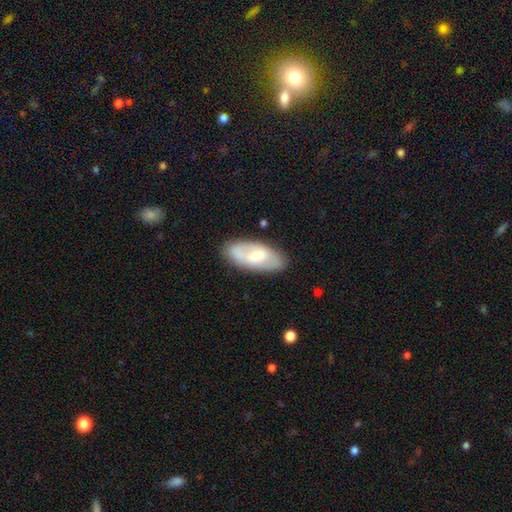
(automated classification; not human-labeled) A featured or disk galaxy (49%). Merging: none (81%).